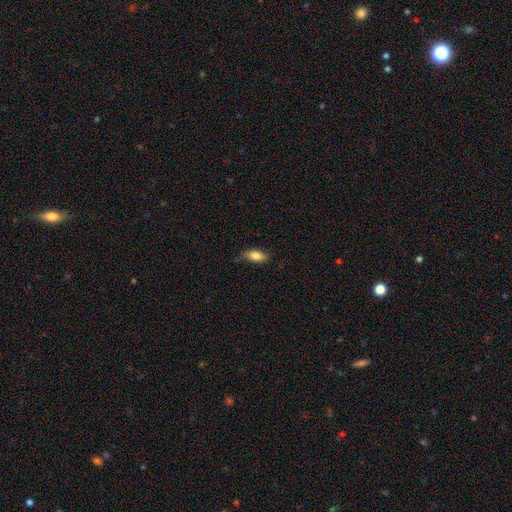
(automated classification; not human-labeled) This appears to be a smooth galaxy with no disk features (83%) that is in between round and cigar-shaped (85%). Merging: none (75%).